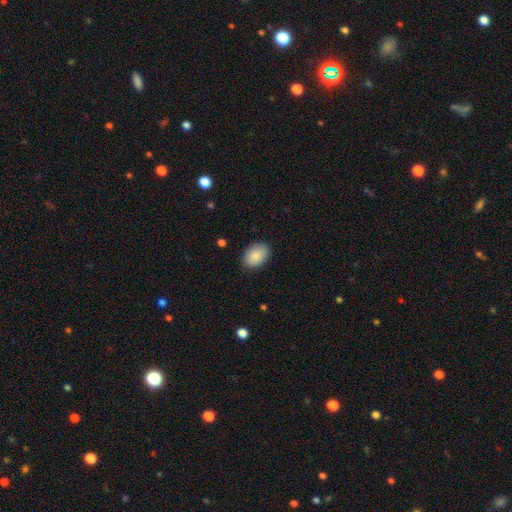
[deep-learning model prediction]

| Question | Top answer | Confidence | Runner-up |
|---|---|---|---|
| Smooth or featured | smooth | 88% | star or artifact (6%) |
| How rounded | in between | 84% | round (15%) |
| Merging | none | 87% | minor disturbance (9%) |